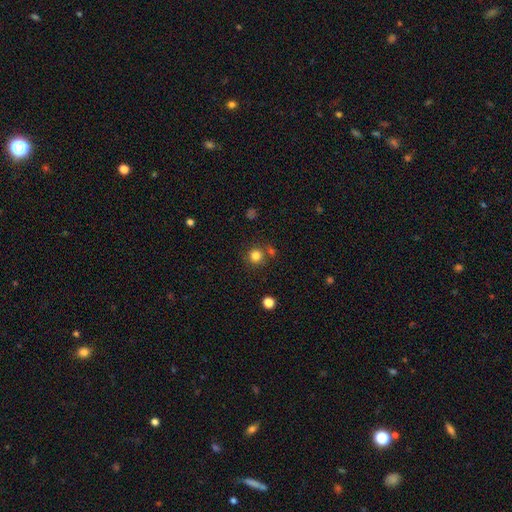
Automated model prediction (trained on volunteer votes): A smooth galaxy with no disk features (81%) that is round (93%). Merging: none (76%).